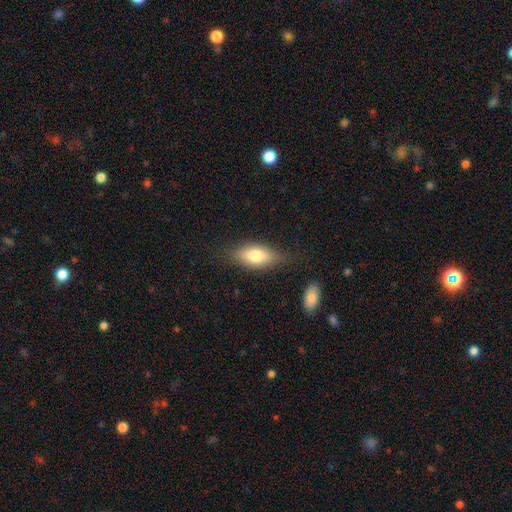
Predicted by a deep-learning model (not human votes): A smooth galaxy with no disk features (68%) that is in between round and cigar-shaped (77%).

Vote fractions:
- Smooth or featured? smooth: 68% / featured or disk: 25% / star or artifact: 7%
- How rounded? in between: 77% / cigar-shaped: 19% / round: 4%
- Merging? none: 74% / minor disturbance: 18% / major disturbance: 6% / merger: 2%